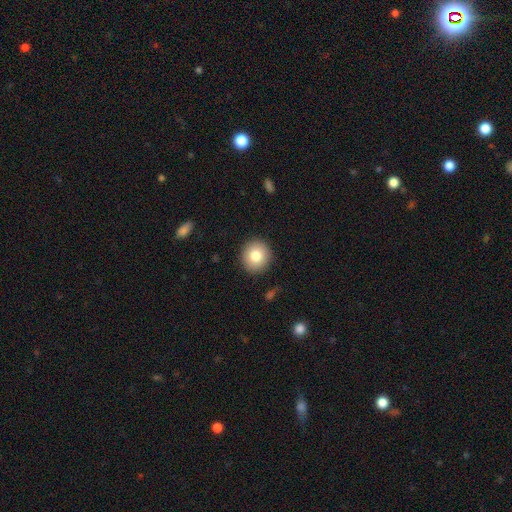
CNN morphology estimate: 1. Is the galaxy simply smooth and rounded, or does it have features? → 81% smooth, 11% featured or disk, 9% star or artifact.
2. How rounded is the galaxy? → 92% round, 8% in between, 1% cigar-shaped.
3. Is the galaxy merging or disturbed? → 90% none, 7% minor disturbance, 2% major disturbance, 1% merger.